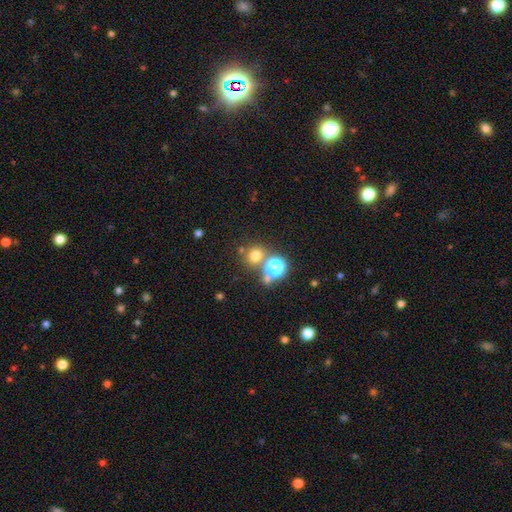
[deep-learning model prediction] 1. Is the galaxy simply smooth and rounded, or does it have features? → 68% smooth, 24% star or artifact, 8% featured or disk.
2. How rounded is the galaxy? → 85% round, 14% in between, 1% cigar-shaped.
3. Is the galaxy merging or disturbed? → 67% none, 20% merger, 8% minor disturbance, 4% major disturbance.